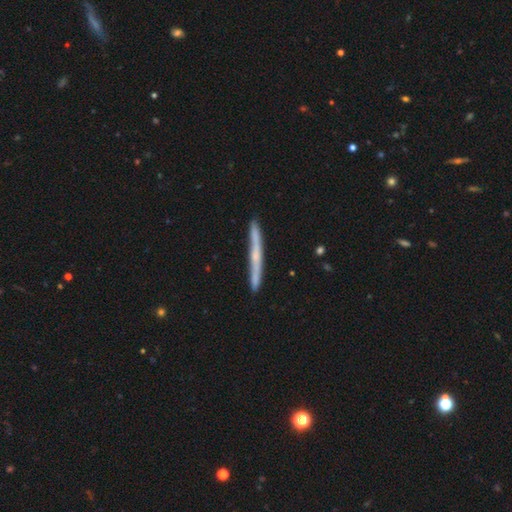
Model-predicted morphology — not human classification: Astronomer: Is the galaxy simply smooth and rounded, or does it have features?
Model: featured or disk — 56% (runner-up: smooth, 37%).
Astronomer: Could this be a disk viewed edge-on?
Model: yes — 95%.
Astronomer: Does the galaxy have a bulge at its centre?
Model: none — 62%.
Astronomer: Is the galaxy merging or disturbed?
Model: none — 86%.